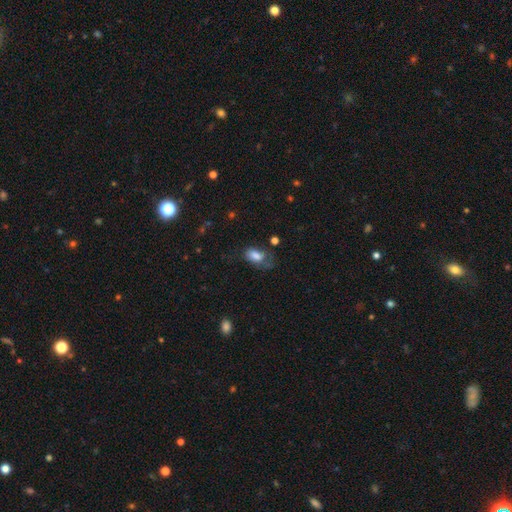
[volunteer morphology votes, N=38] smooth_or_featured: smooth (p=0.84) [alt: featured or disk p=0.11]
how_rounded: in between (p=1.00)
merging: none (p=0.44) [alt: major disturbance p=0.39]